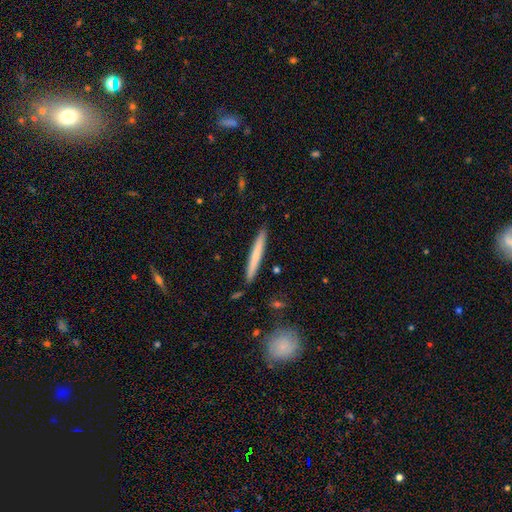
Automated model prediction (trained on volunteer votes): The model was most divided on "smooth or featured": smooth: 66%, featured or disk: 29%, star or artifact: 6%. More confident: how rounded — cigar-shaped (96%); merging — none (90%).